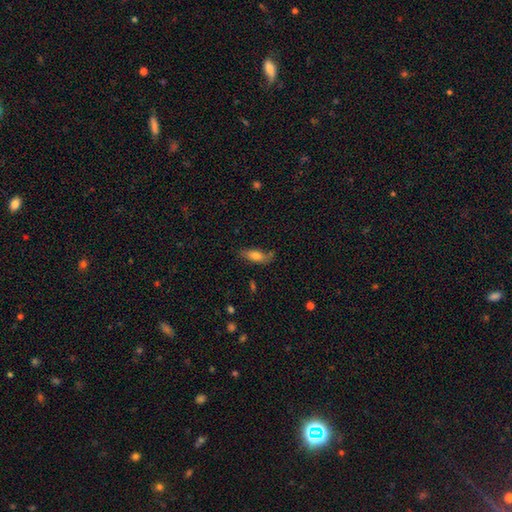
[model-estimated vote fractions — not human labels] smooth 75%, featured or disk 17%, star or artifact 8%. Down the decision tree: how rounded — in between (76%); merging — none (68%).